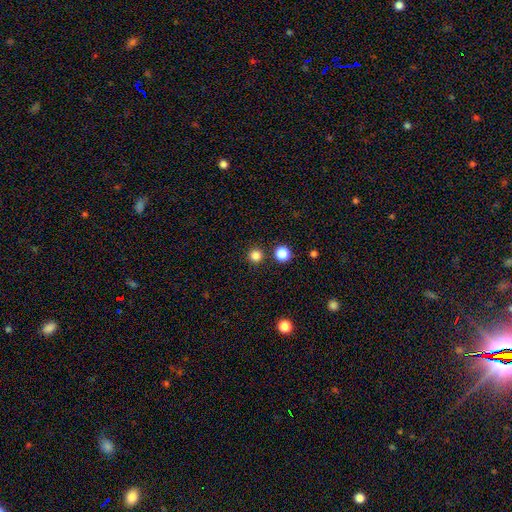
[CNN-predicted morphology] smooth-or-featured: smooth: 83% | star or artifact: 14% | featured or disk: 3%
  how-rounded: round: 96% | in between: 3% | cigar-shaped: 1%
  merging: none: 90% | minor disturbance: 5% | merger: 4% | major disturbance: 2%